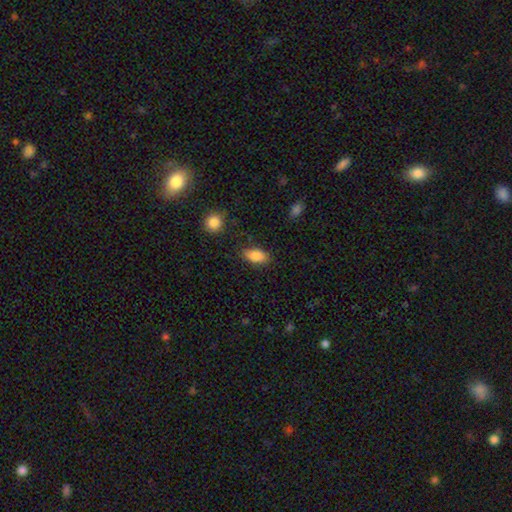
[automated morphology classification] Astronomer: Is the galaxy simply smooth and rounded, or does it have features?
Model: smooth — 86%.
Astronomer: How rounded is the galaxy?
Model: in between — 90%.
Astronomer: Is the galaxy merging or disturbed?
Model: none — 82%.